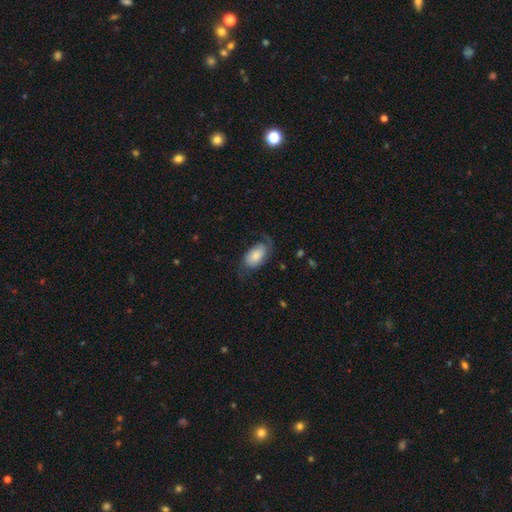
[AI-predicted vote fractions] Smooth or featured: smooth — 50% (featured or disk — 42%)
How rounded: in between — 92% (round — 7%)
Merging: none — 49% (minor disturbance — 25%)